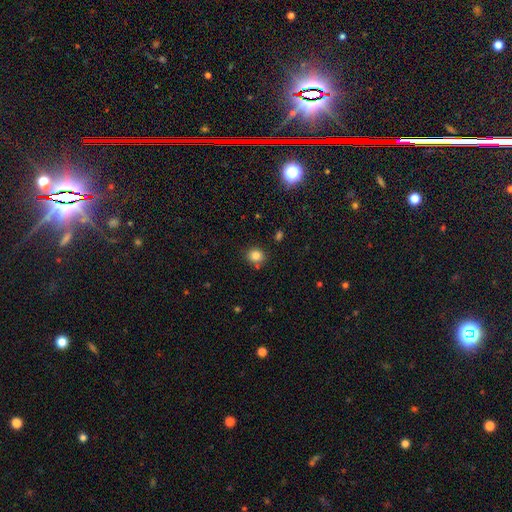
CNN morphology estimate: Smooth or featured?
  - smooth: 83% *
  - star or artifact: 12%
  - featured or disk: 5%
How rounded?
  - round: 79% *
  - in between: 20%
  - cigar-shaped: 1%
Merging?
  - none: 80% *
  - minor disturbance: 11%
  - merger: 6%
  - major disturbance: 3%